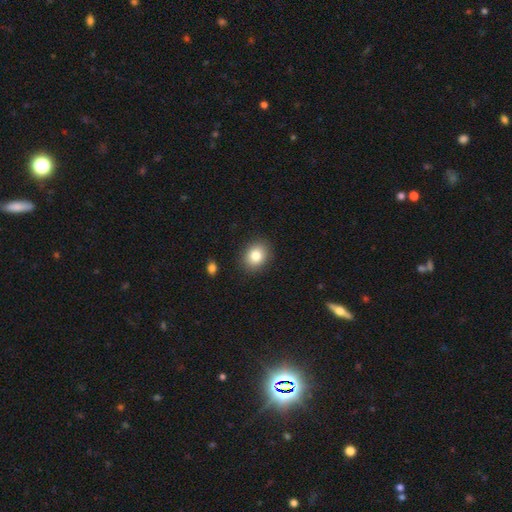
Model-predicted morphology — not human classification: Smooth or featured? smooth (83%)
How rounded? round (59%)
Merging? none (88%)